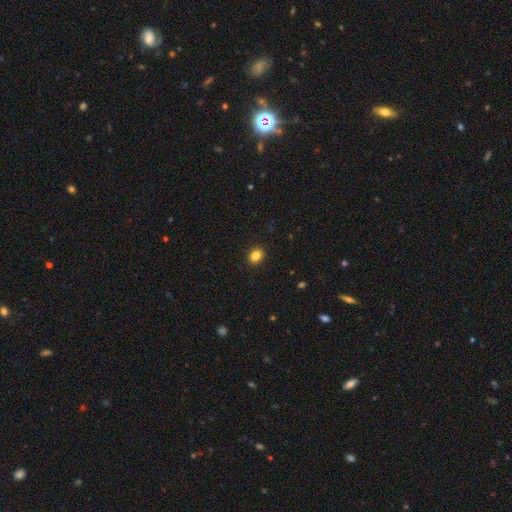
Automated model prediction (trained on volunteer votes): Smooth or featured: smooth — 85% (star or artifact — 10%)
How rounded: in between — 60% (round — 39%)
Merging: none — 90% (minor disturbance — 7%)